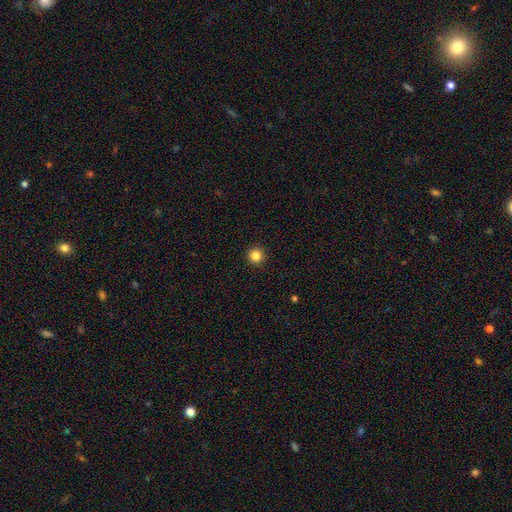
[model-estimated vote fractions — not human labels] This is clearly a smooth galaxy (85%). How rounded: clearly round (96%). Merging: clearly none (93%).